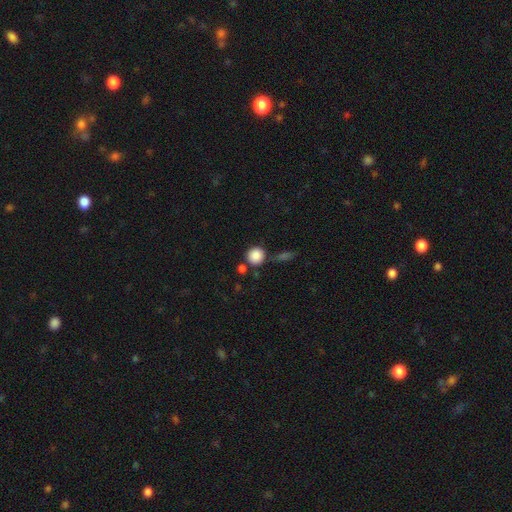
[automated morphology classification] smooth_or_featured: smooth (p=0.87) [alt: star or artifact p=0.09]
how_rounded: round (p=0.90) [alt: in between p=0.09]
merging: none (p=0.73) [alt: merger p=0.13]